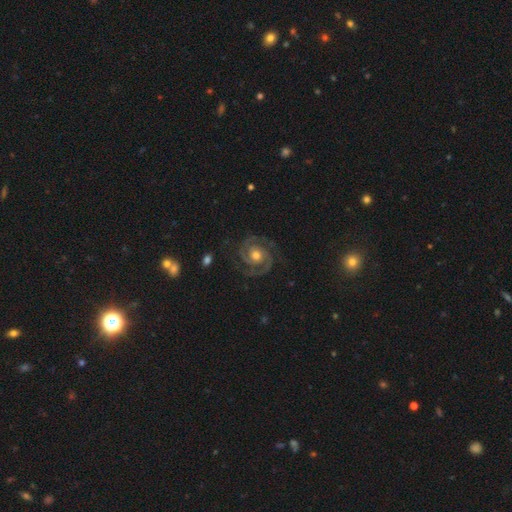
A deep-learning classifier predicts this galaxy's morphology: Smooth or featured: featured or disk — 92% (star or artifact — 4%)
Edge-on disk: no — 98% (yes — 2%)
Bar: no — 69% (weak — 24%)
Spiral arms: yes — 98% (no — 2%)
Spiral winding: tight — 60% (medium — 35%)
Spiral arm count: 2 — 89% (3 — 4%)
Bulge size: moderate — 75% (small — 15%)
Merging: none — 83% (minor disturbance — 12%)